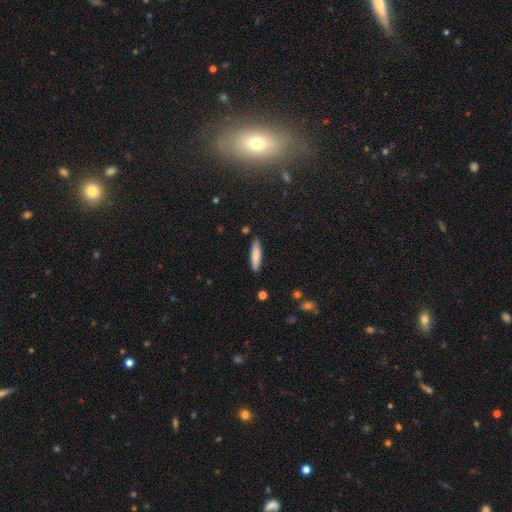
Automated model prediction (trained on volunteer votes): smooth-or-featured: smooth: 81% | featured or disk: 13% | star or artifact: 6%
  how-rounded: cigar-shaped: 77% | in between: 22% | round: 1%
  merging: none: 87% | minor disturbance: 9% | major disturbance: 2% | merger: 2%